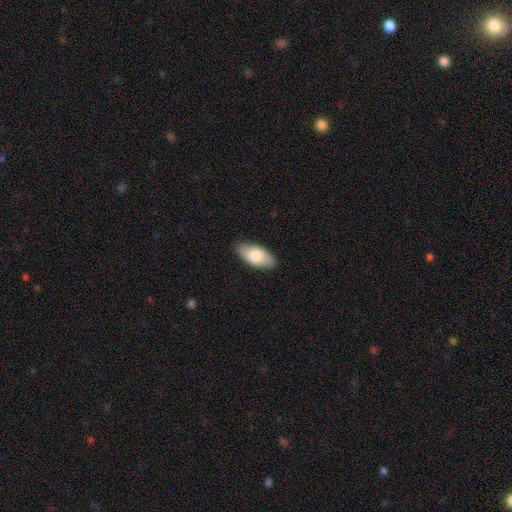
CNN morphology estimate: smooth_or_featured: smooth (p=0.79) [alt: featured or disk p=0.15]
how_rounded: in between (p=0.92) [alt: cigar-shaped p=0.06]
merging: none (p=0.87) [alt: minor disturbance p=0.10]